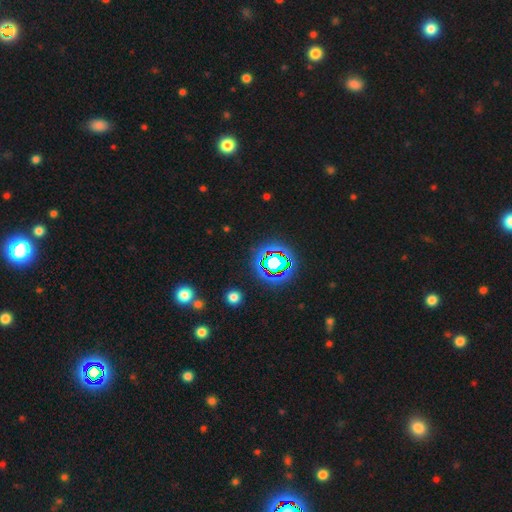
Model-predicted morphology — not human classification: smooth-or-featured: star or artifact: 73% | smooth: 17% | featured or disk: 9%